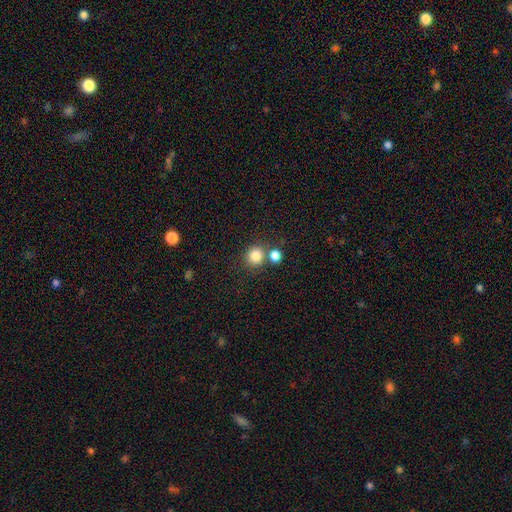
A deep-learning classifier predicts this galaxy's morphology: A smooth galaxy with no disk features (83%) that is round (87%). Merging: none (66%).